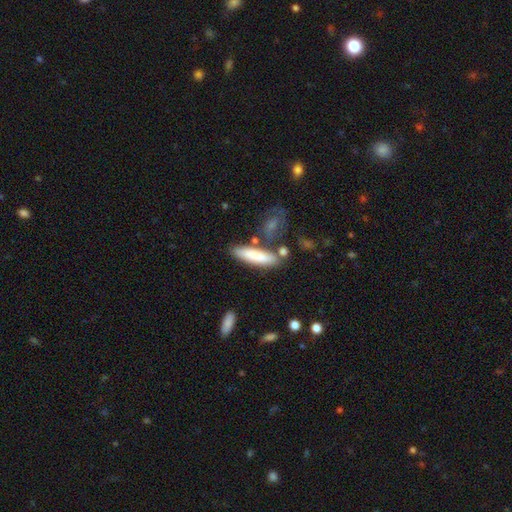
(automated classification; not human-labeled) A smooth galaxy with no disk features (80%) that is cigar-shaped (65%).

Vote fractions:
- Smooth or featured? smooth: 80% / featured or disk: 13% / star or artifact: 6%
- How rounded? cigar-shaped: 65% / in between: 33% / round: 2%
- Merging? none: 67% / minor disturbance: 15% / merger: 13% / major disturbance: 5%